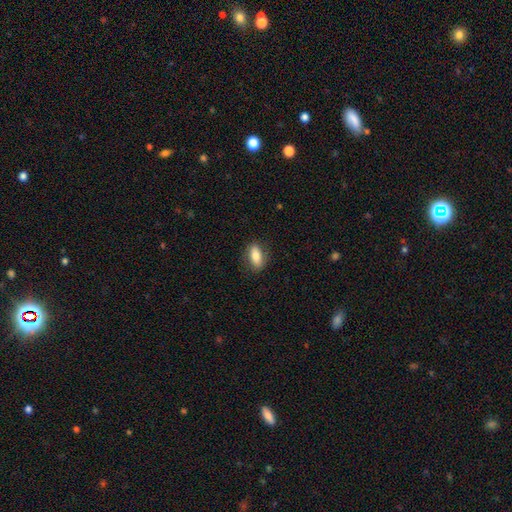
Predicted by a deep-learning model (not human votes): Morphology: type=smooth (77%); roundness=in between (83%); merging=none (82%).